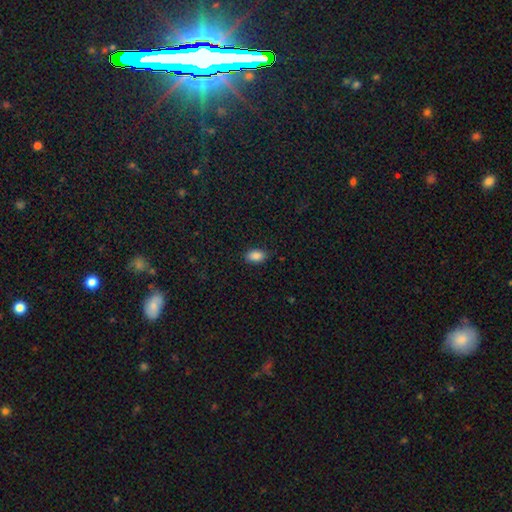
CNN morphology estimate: A smooth galaxy with no disk features (88%) that is in between round and cigar-shaped (89%).

Vote fractions:
- Smooth or featured? smooth: 88% / star or artifact: 8% / featured or disk: 4%
- How rounded? in between: 89% / round: 9% / cigar-shaped: 2%
- Merging? none: 84% / minor disturbance: 12% / major disturbance: 3% / merger: 1%